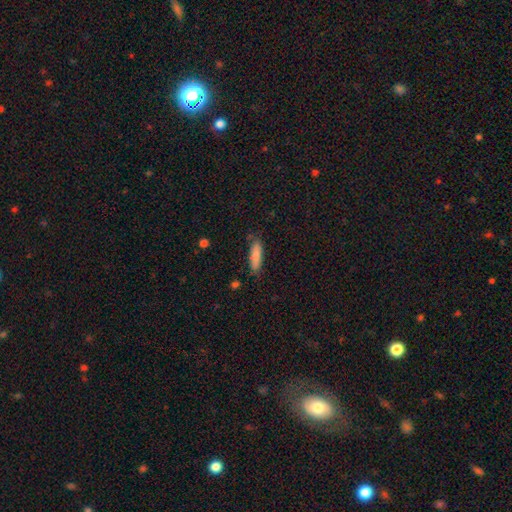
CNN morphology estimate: Smooth or featured? Predicted: smooth (p=0.83). How rounded? Predicted: cigar-shaped (p=0.60). Merging? Predicted: none (p=0.76).